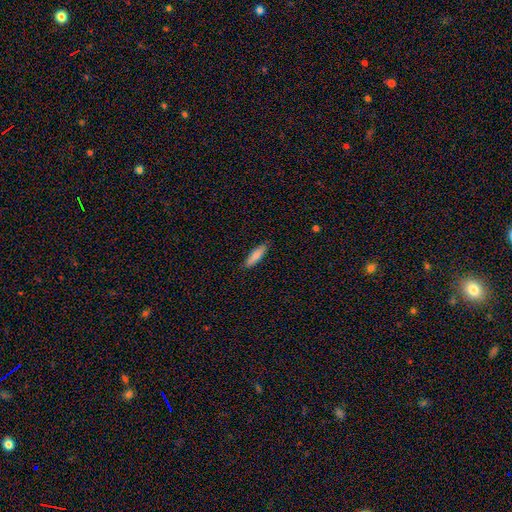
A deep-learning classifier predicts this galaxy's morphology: Overall: smooth (85%). How rounded: cigar-shaped (63%; in between 35%). Merging: none (86%).